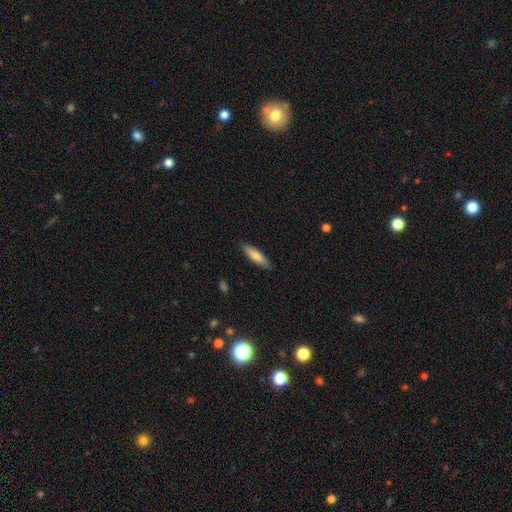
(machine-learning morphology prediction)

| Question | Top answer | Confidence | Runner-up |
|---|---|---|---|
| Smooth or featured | smooth | 77% | featured or disk (18%) |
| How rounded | cigar-shaped | 71% | in between (28%) |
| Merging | none | 88% | minor disturbance (9%) |